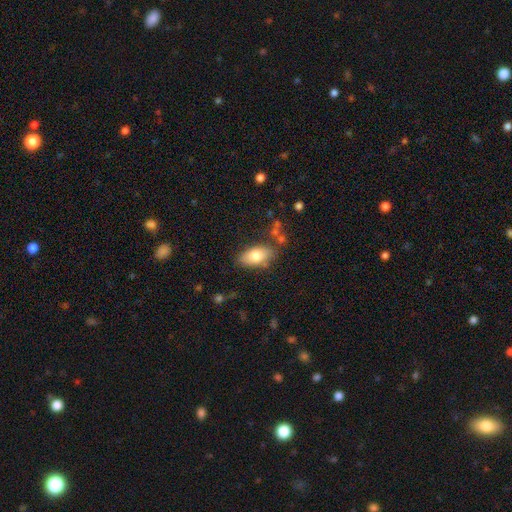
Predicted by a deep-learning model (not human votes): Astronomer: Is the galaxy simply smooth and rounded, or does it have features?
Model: smooth — 78%.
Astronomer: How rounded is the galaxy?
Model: in between — 91%.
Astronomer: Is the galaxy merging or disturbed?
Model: none — 78%.